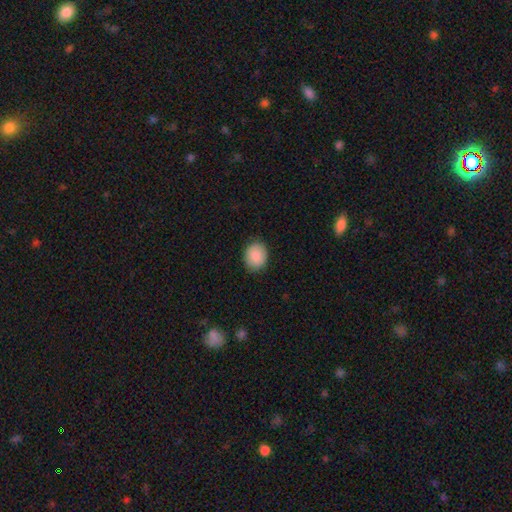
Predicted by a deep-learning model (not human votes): Q: Smooth or featured?
A: smooth (88%); runner-up: star or artifact (7%)
Q: How rounded?
A: round (50%); runner-up: in between (49%)
Q: Merging?
A: none (86%); runner-up: minor disturbance (11%)